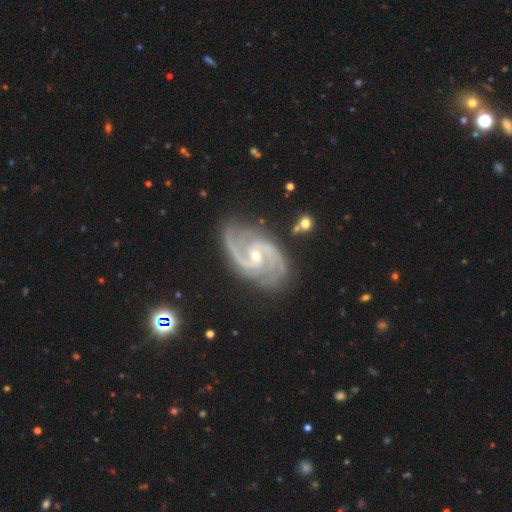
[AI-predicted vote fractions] Smooth or featured? Predicted: featured or disk (p=0.93). Edge-on disk? Predicted: no (p=0.98). Bar? Predicted: weak (p=0.43). Spiral arms? Predicted: yes (p=0.99). Spiral winding? Predicted: medium (p=0.57). Spiral arm count? Predicted: 2 (p=0.74). Bulge size? Predicted: small (p=0.58). Merging? Predicted: none (p=0.76).